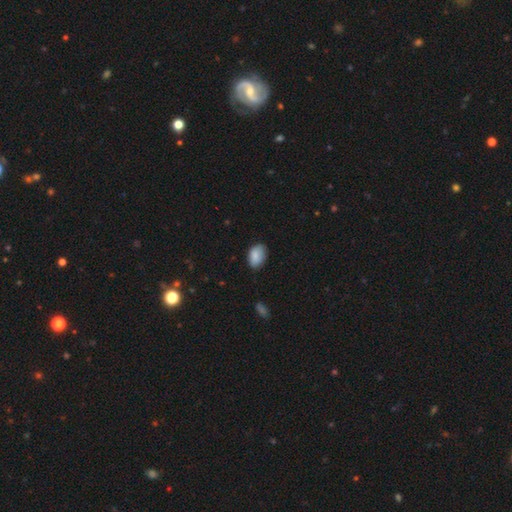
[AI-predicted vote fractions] smooth 86%, star or artifact 7%, featured or disk 7%. Down the decision tree: how rounded — in between (88%); merging — none (73%).